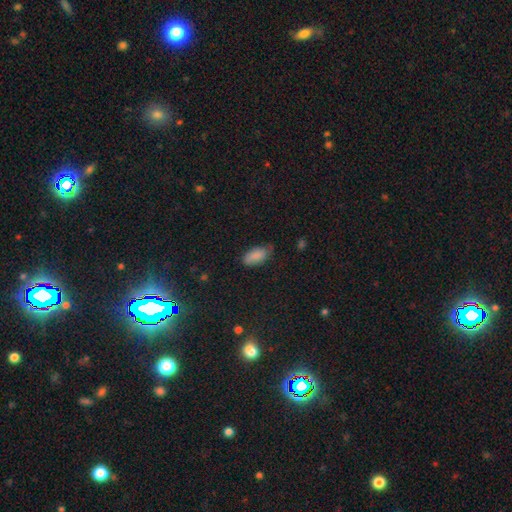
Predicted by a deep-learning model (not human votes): Smooth or featured? Predicted: smooth (p=0.84). How rounded? Predicted: in between (p=0.93). Merging? Predicted: none (p=0.61).